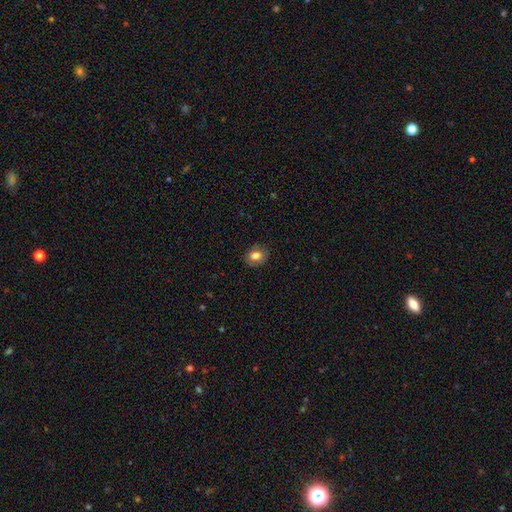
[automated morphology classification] type=smooth (80%); roundness=in between (62%); merging=none (84%).